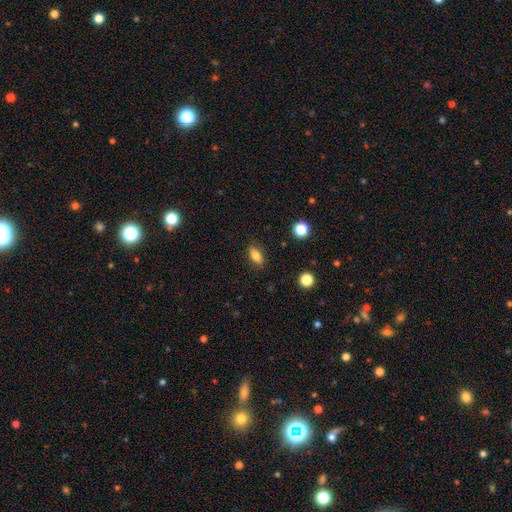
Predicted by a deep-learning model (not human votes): Q: Smooth or featured?
A: smooth (75%); runner-up: featured or disk (16%)
Q: How rounded?
A: in between (77%); runner-up: cigar-shaped (17%)
Q: Merging?
A: none (85%); runner-up: minor disturbance (11%)